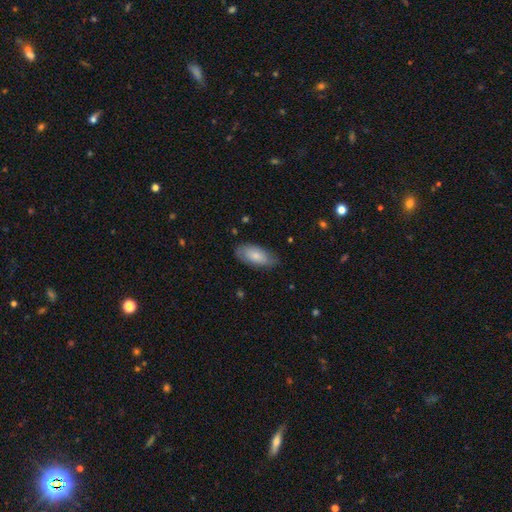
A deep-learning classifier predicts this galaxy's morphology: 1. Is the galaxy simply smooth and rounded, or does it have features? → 72% smooth, 22% featured or disk, 6% star or artifact.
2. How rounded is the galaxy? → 90% in between, 7% cigar-shaped, 3% round.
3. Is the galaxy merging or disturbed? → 73% none, 21% minor disturbance, 5% major disturbance, 1% merger.